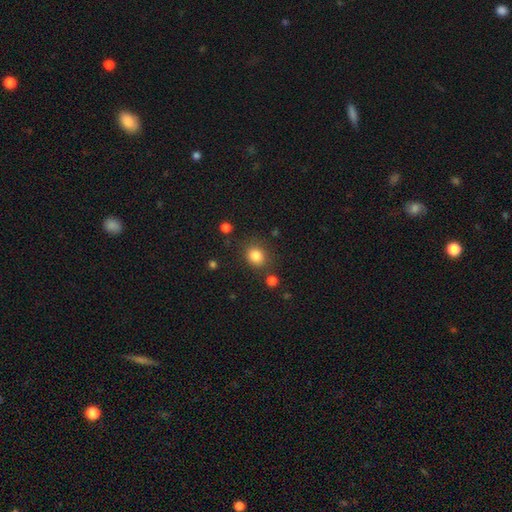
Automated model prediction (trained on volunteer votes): Overall: smooth (84%). How rounded: round (71%). Merging: none (79%).